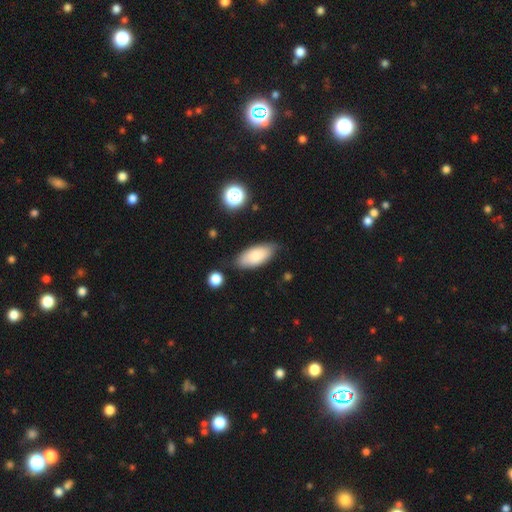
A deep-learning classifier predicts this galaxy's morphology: smooth 82%, featured or disk 12%, star or artifact 7%. Down the decision tree: how rounded — in between (87%); merging — none (79%).